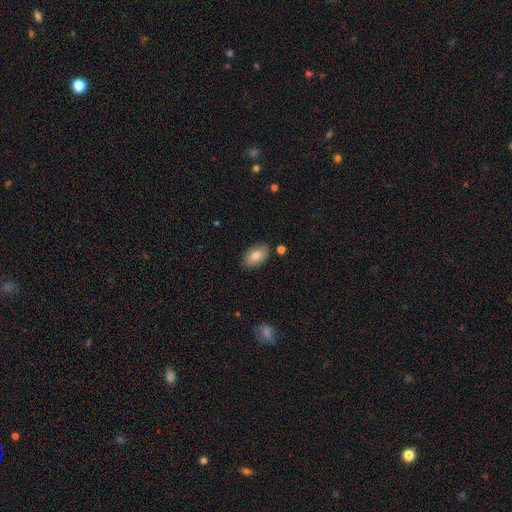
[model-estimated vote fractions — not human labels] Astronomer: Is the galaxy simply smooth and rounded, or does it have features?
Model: smooth — 79%.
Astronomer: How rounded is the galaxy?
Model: in between — 91%.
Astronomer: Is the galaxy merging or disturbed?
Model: none — 82%.